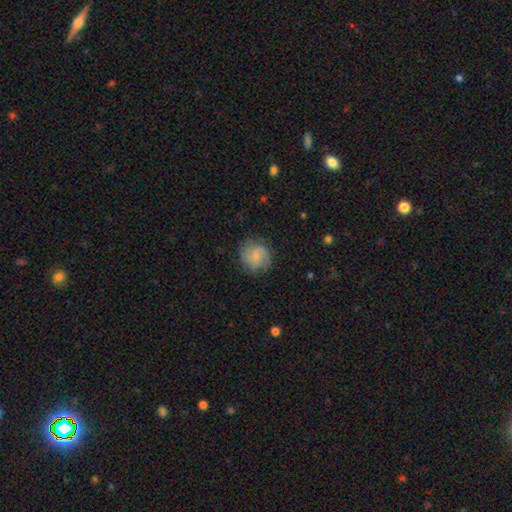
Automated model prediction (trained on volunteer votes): Smooth or featured? smooth (49%)
Merging? none (79%)